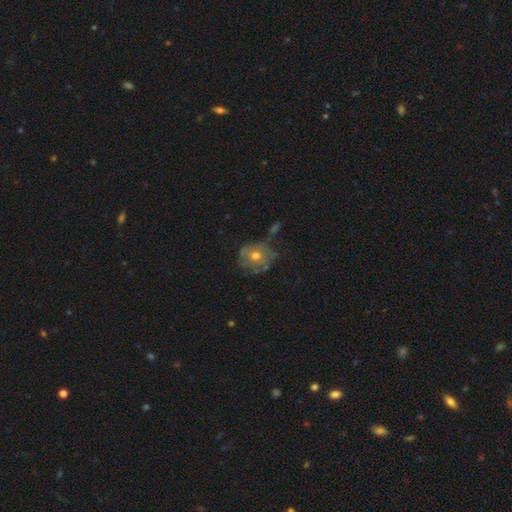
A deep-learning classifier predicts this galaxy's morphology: A featured or disk galaxy (50%). Merging: none (61%).